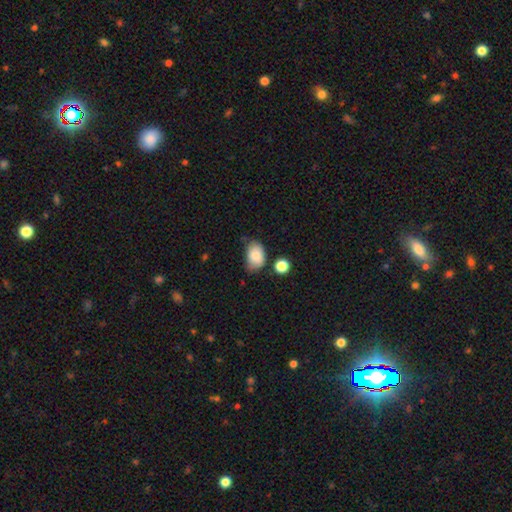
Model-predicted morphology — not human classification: Smooth or featured? Predicted: smooth (p=0.85). How rounded? Predicted: in between (p=0.85). Merging? Predicted: none (p=0.52).